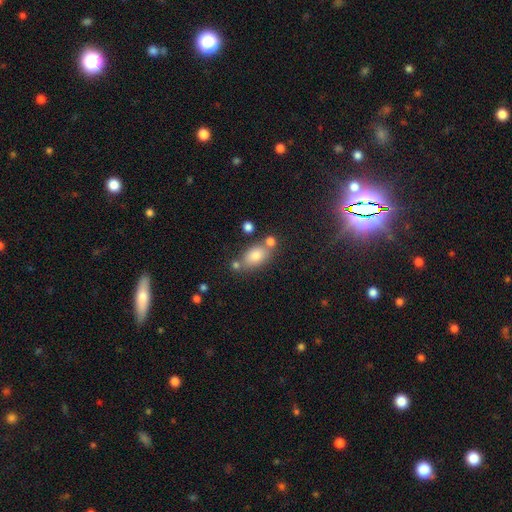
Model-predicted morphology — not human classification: This is likely a smooth galaxy (76%). How rounded: clearly in between (81%). Merging: likely none (63%).